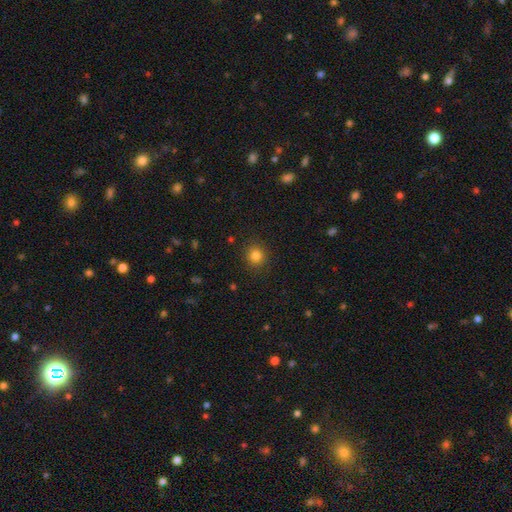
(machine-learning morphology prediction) A smooth galaxy with no disk features (83%) that is round (89%). Merging: none (89%).